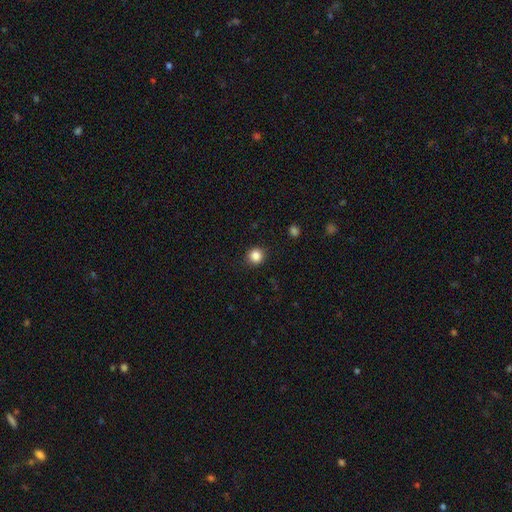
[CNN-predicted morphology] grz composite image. It shows a smooth galaxy with no disk features (86%) that is round (91%). Merging: none (90%).